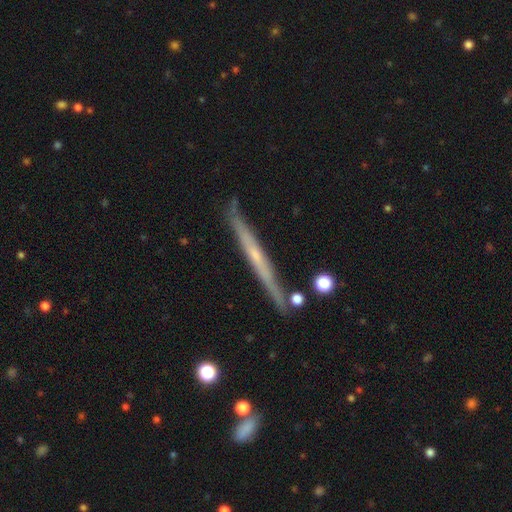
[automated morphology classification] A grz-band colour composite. It shows a featured or disk galaxy (69%) viewed edge-on (96%) with no central bulge (64%). Merging: none (85%).